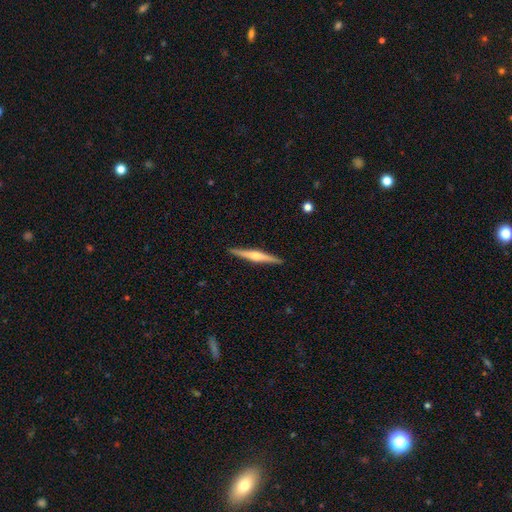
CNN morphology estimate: This is likely a featured or disk galaxy (67%). It is clearly viewed edge-on (98%). Edge-on bulge: likely rounded (77%). Merging: clearly none (92%).